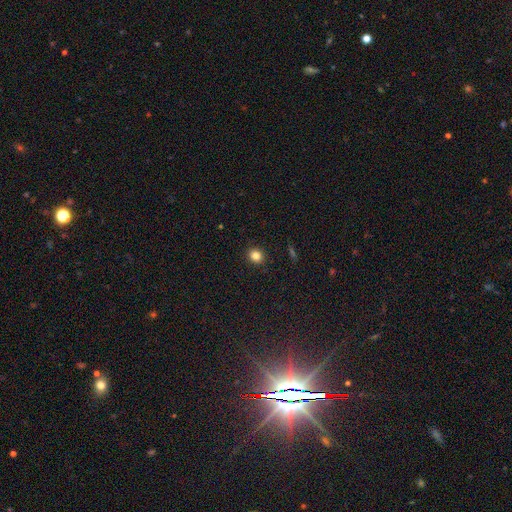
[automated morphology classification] Q: Smooth or featured?
A: smooth (83%); runner-up: star or artifact (12%)
Q: How rounded?
A: round (77%); runner-up: in between (22%)
Q: Merging?
A: none (91%); runner-up: minor disturbance (6%)